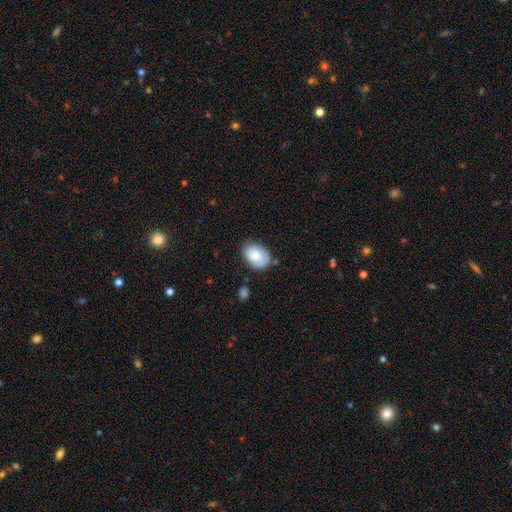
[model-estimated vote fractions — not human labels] smooth_or_featured: smooth (p=0.77) [alt: featured or disk p=0.17]
how_rounded: in between (p=0.80) [alt: round p=0.19]
merging: none (p=0.68) [alt: minor disturbance p=0.24]